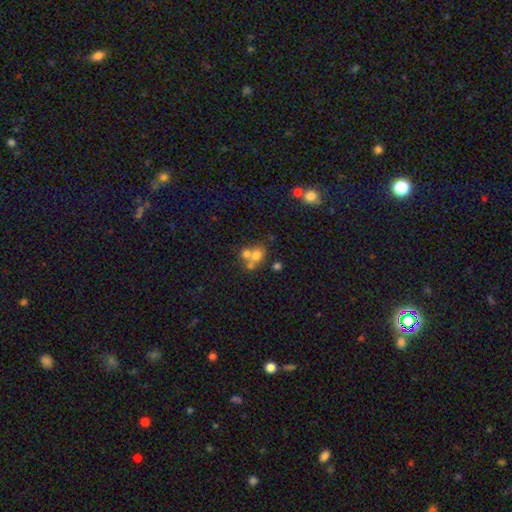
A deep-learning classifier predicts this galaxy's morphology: This is likely a smooth galaxy (63%). How rounded: likely round (66%). Merging: possibly merger (55%).